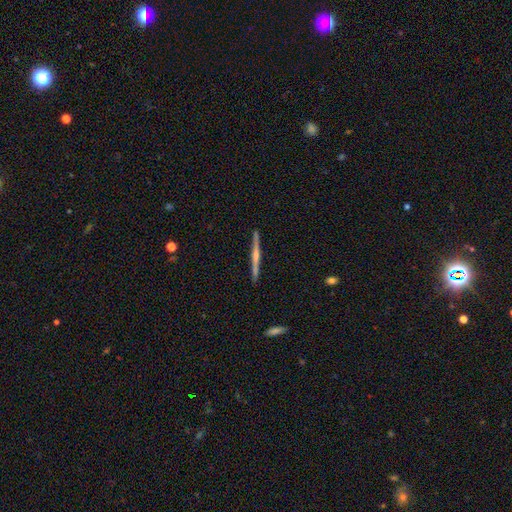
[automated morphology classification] This appears to be a featured or disk galaxy (71%) viewed edge-on (98%) with a rounded central bulge (66%). Merging: none (91%).